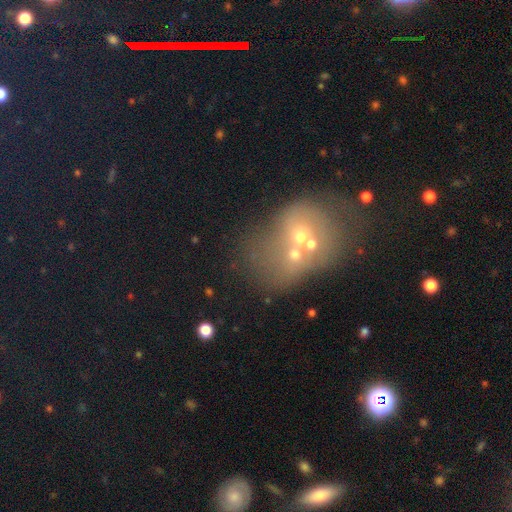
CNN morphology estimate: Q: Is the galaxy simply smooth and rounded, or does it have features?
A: smooth — 42%.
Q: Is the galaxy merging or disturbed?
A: merger — 67%.